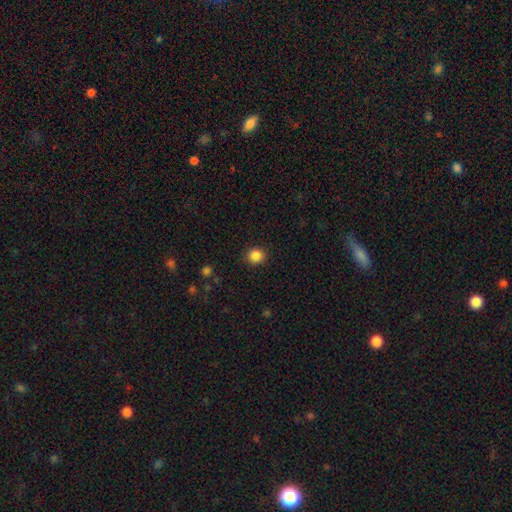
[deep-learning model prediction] smooth 86%, star or artifact 11%, featured or disk 3%. Down the decision tree: how rounded — round (85%); merging — none (90%).